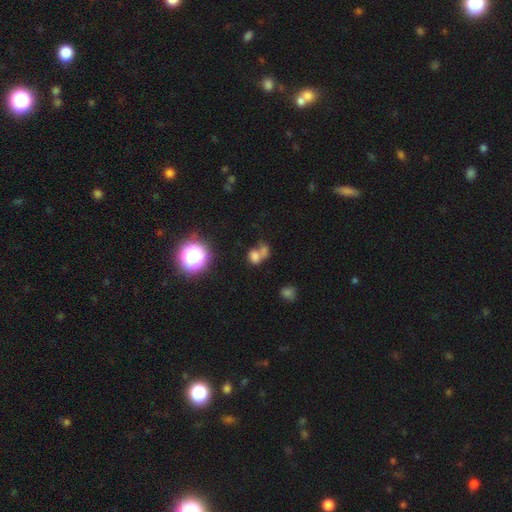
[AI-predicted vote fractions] smooth 64%, star or artifact 20%, featured or disk 15%. Down the decision tree: how rounded — round (57%); merging — merger (51%).